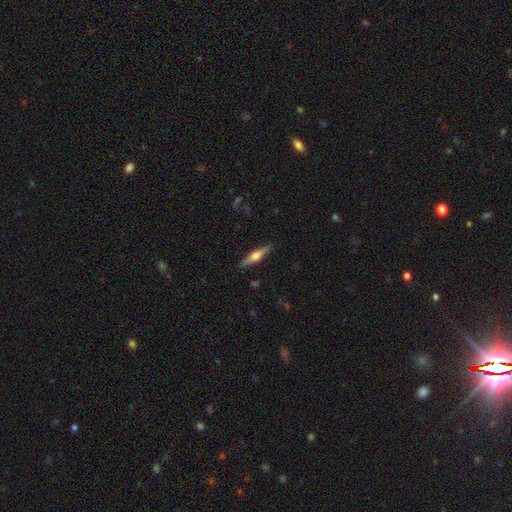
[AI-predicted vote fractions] This is likely a featured or disk galaxy (64%). It is clearly viewed edge-on (97%). Edge-on bulge: clearly rounded (92%). Merging: clearly none (90%).